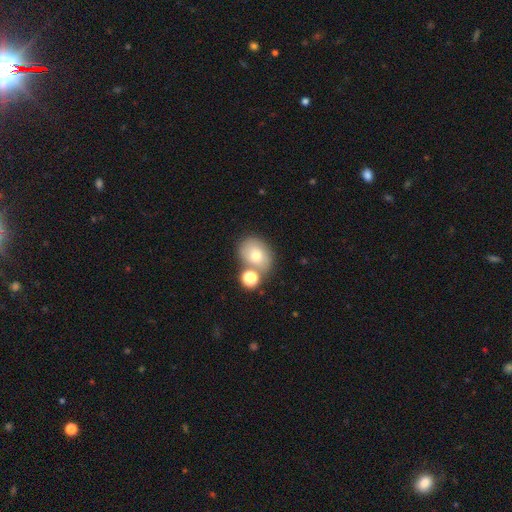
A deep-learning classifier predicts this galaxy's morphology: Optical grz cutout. It shows a smooth galaxy with no disk features (71%) that is in between round and cigar-shaped (52%). Merging: none (59%).